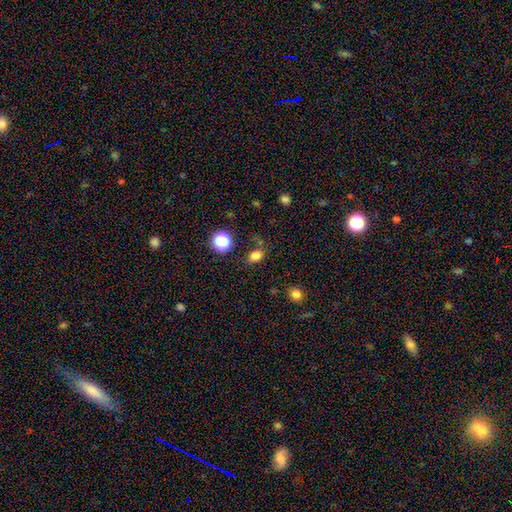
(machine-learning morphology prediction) Smooth or featured?
  - smooth: 80% *
  - star or artifact: 14%
  - featured or disk: 6%
How rounded?
  - in between: 68% *
  - round: 31%
  - cigar-shaped: 1%
Merging?
  - none: 76% *
  - minor disturbance: 14%
  - merger: 5%
  - major disturbance: 4%